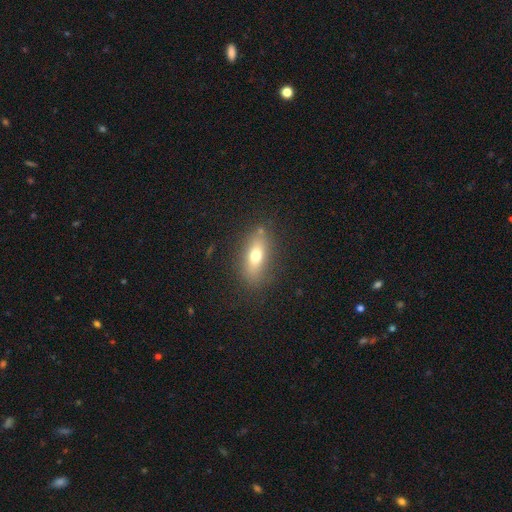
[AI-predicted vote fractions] This appears to be a smooth galaxy with no disk features (69%) that is in between round and cigar-shaped (74%). Merging: none (79%).